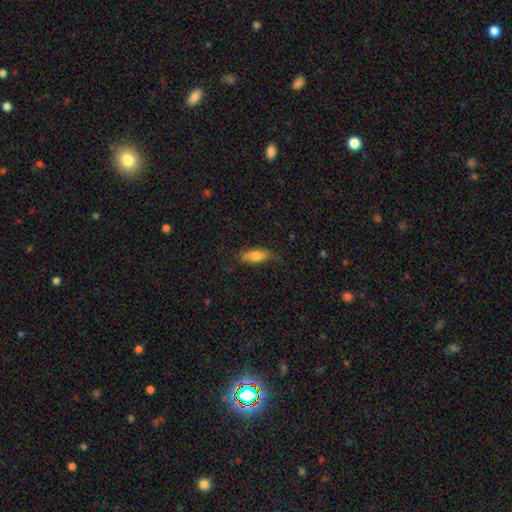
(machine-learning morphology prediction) type=smooth (73%); roundness=in between (73%); merging=none (71%).